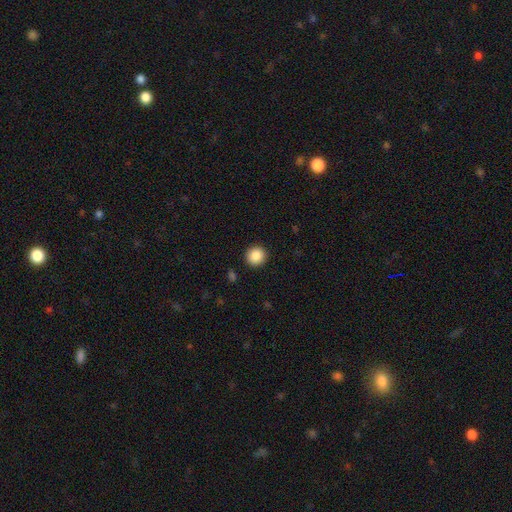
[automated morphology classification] smooth-or-featured: smooth: 88% | star or artifact: 9% | featured or disk: 3%
  how-rounded: round: 93% | in between: 6% | cigar-shaped: 1%
  merging: none: 92% | minor disturbance: 5% | major disturbance: 2% | merger: 1%